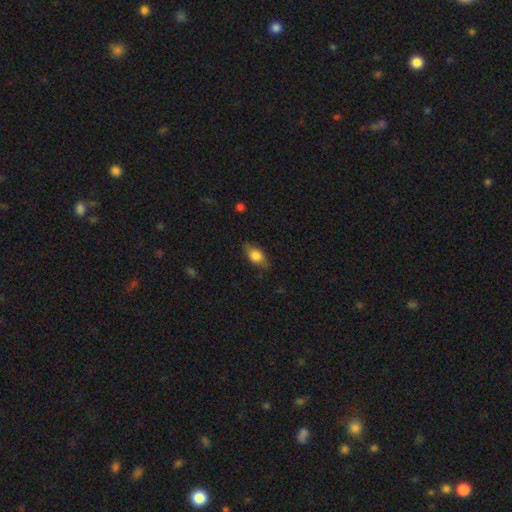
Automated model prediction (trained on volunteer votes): Overall: smooth (76%). How rounded: in between (81%). Merging: none (75%).